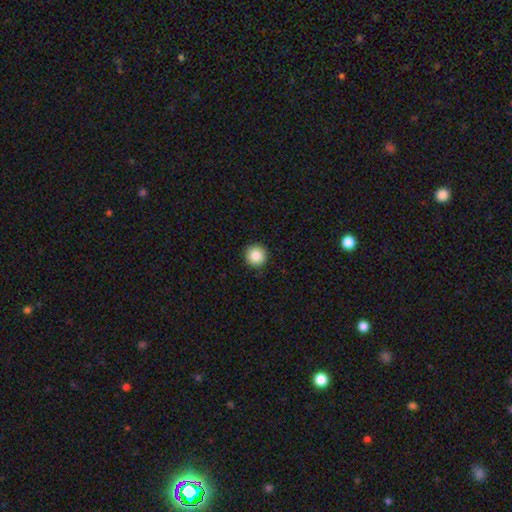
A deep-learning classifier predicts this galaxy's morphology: The model was most divided on "smooth or featured": smooth: 86%, star or artifact: 9%, featured or disk: 5%. More confident: how rounded — round (96%); merging — none (92%).